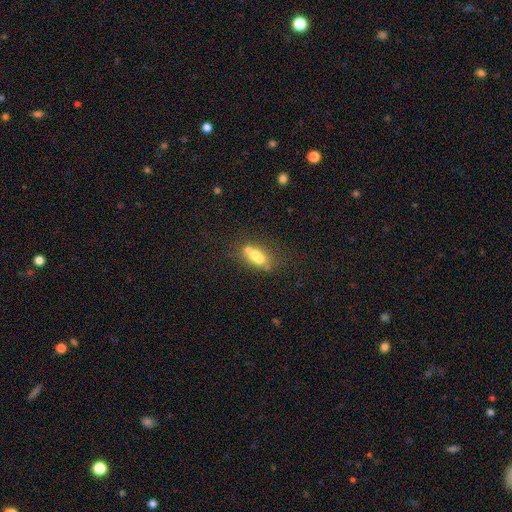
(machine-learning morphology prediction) Smooth or featured?
  - smooth: 56% *
  - featured or disk: 31%
  - star or artifact: 13%
How rounded?
  - in between: 70% *
  - round: 21%
  - cigar-shaped: 9%
Merging?
  - merger: 51% *
  - none: 31%
  - minor disturbance: 11%
  - major disturbance: 7%